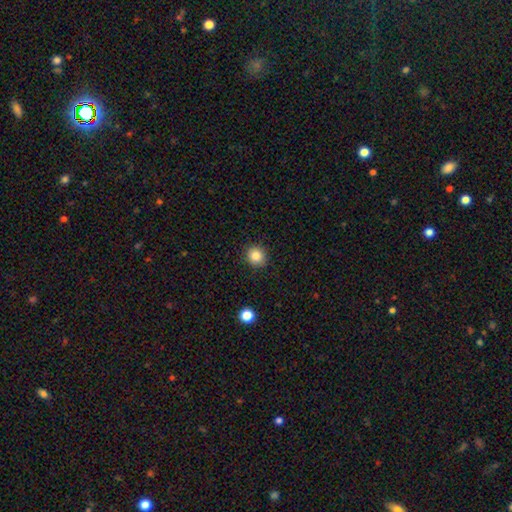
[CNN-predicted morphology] The model was most divided on "smooth or featured": smooth: 85%, star or artifact: 10%, featured or disk: 5%. More confident: merging — none (91%); how rounded — round (87%).